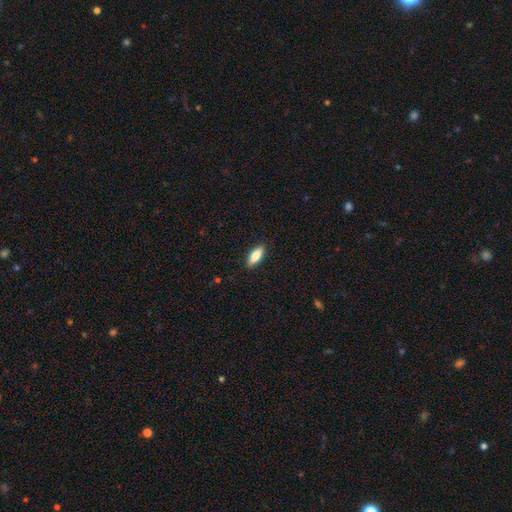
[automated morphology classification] This appears to be a smooth galaxy with no disk features (78%) that is in between round and cigar-shaped (68%). Merging: none (89%).